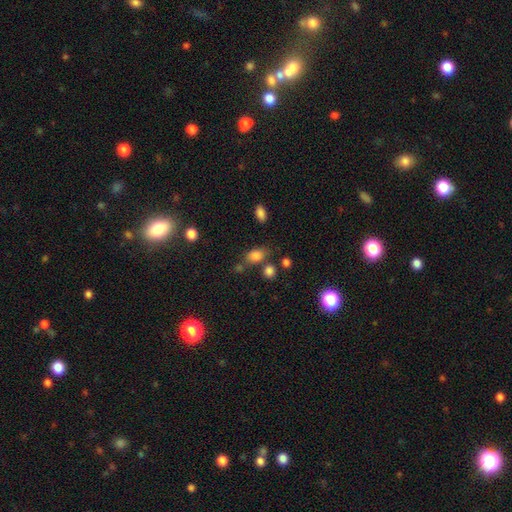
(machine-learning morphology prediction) Smooth or featured? Predicted: smooth (p=0.82). How rounded? Predicted: in between (p=0.74). Merging? Predicted: none (p=0.63).